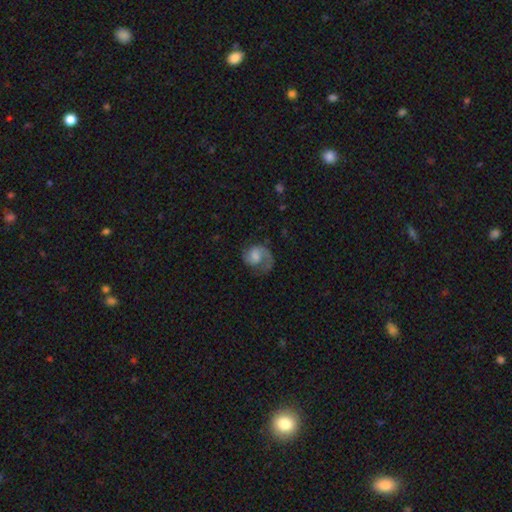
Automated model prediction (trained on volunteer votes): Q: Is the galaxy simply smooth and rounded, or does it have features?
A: featured or disk — 63%.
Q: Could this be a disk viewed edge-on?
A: no — 98%.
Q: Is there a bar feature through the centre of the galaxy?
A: no — 58%.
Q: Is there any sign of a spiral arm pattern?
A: yes — 91%.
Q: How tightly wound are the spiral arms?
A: medium — 42%.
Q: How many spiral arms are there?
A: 1 — 62%.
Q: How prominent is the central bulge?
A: moderate — 31%.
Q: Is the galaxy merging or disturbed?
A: none — 46%.